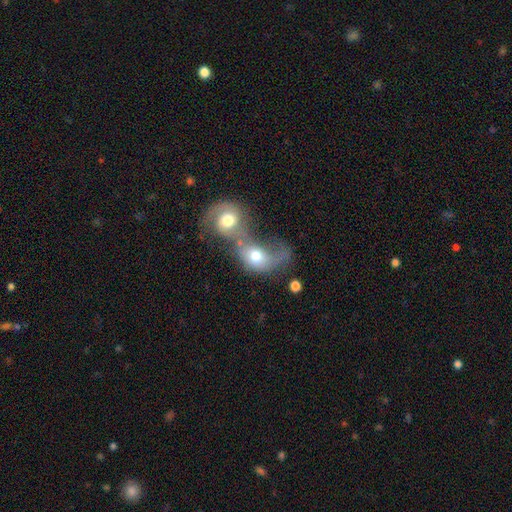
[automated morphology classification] smooth-or-featured: smooth: 53% | featured or disk: 38% | star or artifact: 8%
  how-rounded: in between: 56% | round: 42% | cigar-shaped: 2%
  merging: merger: 80% | major disturbance: 9% | none: 6% | minor disturbance: 4%